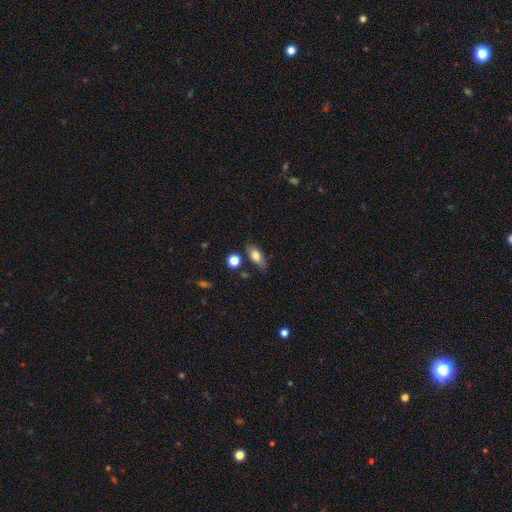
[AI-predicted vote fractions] Morphology: type=smooth (75%); roundness=in between (81%); merging=none (72%).